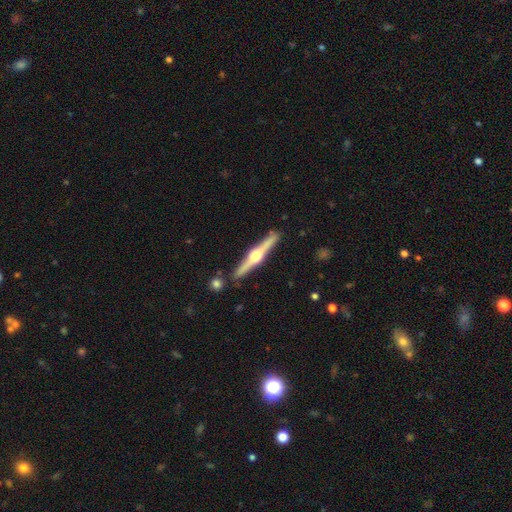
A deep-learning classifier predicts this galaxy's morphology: This is clearly a featured or disk galaxy (80%). It is clearly viewed edge-on (98%). Edge-on bulge: clearly rounded (95%). Merging: clearly none (88%).